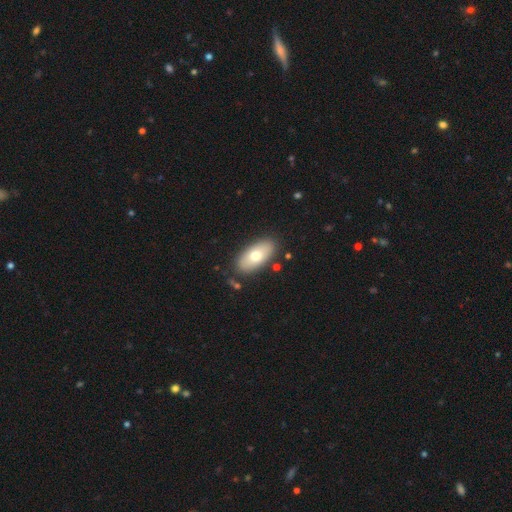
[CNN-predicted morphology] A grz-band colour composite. It shows a smooth galaxy with no disk features (71%) that is in between round and cigar-shaped (92%). Merging: none (84%).